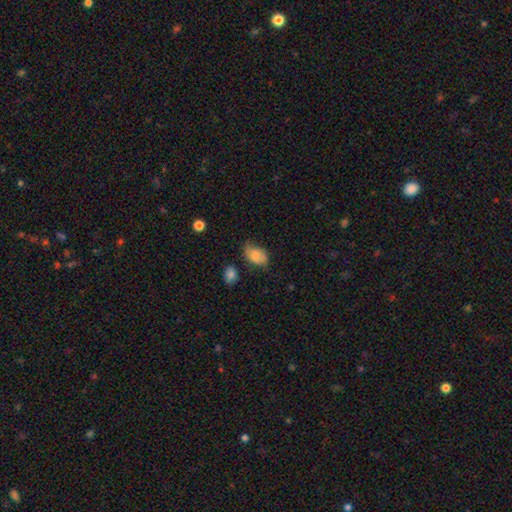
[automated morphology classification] smooth 77%, featured or disk 15%, star or artifact 8%. Down the decision tree: how rounded — in between (84%); merging — none (44%).